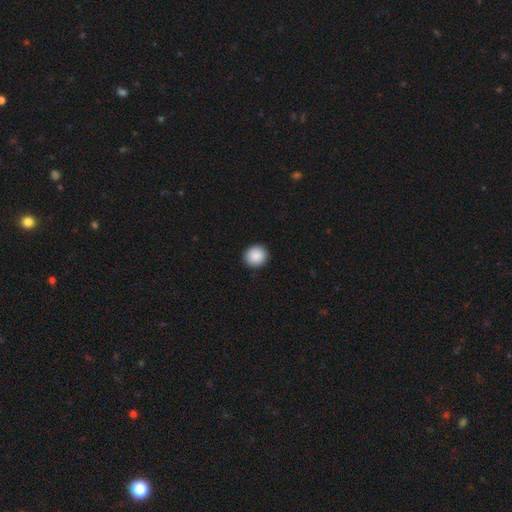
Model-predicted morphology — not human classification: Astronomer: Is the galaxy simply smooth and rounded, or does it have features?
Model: smooth — 90%.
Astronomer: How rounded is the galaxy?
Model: round — 91%.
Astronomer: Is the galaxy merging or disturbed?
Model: none — 93%.